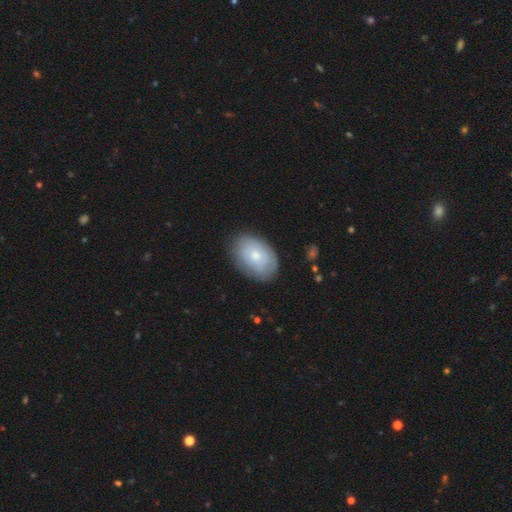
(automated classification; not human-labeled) A smooth galaxy with no disk features (58%) that is in between round and cigar-shaped (85%).

Vote fractions:
- Smooth or featured? smooth: 58% / featured or disk: 36% / star or artifact: 6%
- How rounded? in between: 85% / round: 14% / cigar-shaped: 1%
- Merging? none: 79% / minor disturbance: 16% / major disturbance: 4% / merger: 1%